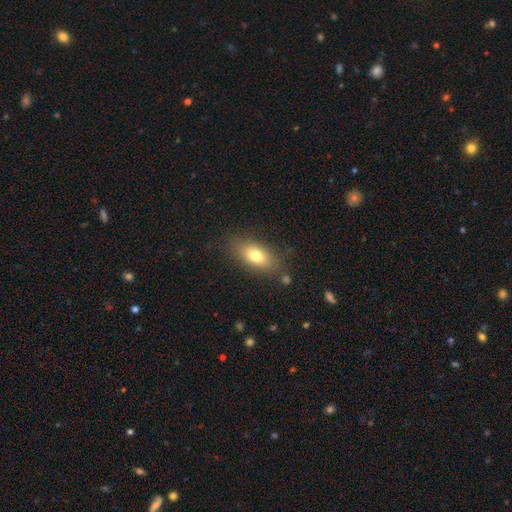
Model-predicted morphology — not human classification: This appears to be a smooth galaxy with no disk features (76%) that is in between round and cigar-shaped (83%). Merging: none (80%).